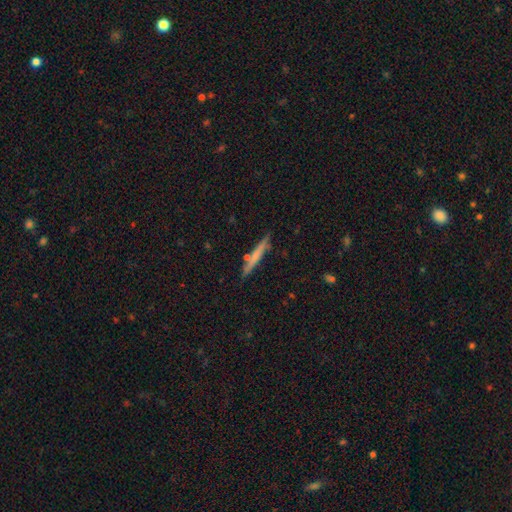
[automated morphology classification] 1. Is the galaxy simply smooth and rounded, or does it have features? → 56% smooth, 38% featured or disk, 6% star or artifact.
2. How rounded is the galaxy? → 95% cigar-shaped, 4% in between, 2% round.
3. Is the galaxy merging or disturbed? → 82% none, 11% minor disturbance, 5% merger, 2% major disturbance.